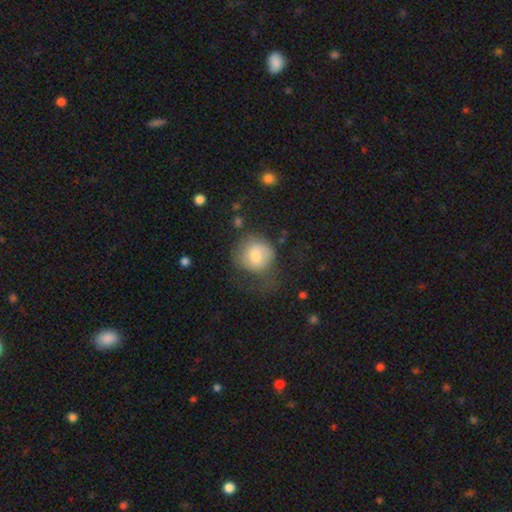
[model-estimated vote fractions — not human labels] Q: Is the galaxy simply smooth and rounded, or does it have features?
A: smooth — 69%.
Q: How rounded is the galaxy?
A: round — 80%.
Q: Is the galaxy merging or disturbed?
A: none — 44%.